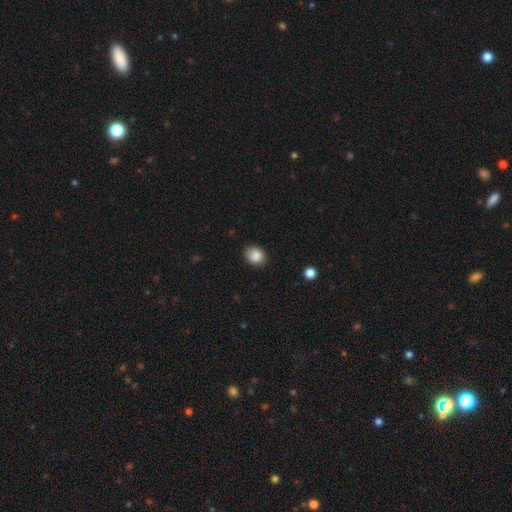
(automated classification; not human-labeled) A smooth galaxy with no disk features (86%) that is round (53%).

Vote fractions:
- Smooth or featured? smooth: 86% / star or artifact: 9% / featured or disk: 5%
- How rounded? round: 53% / in between: 46% / cigar-shaped: 1%
- Merging? none: 82% / minor disturbance: 14% / major disturbance: 3% / merger: 1%